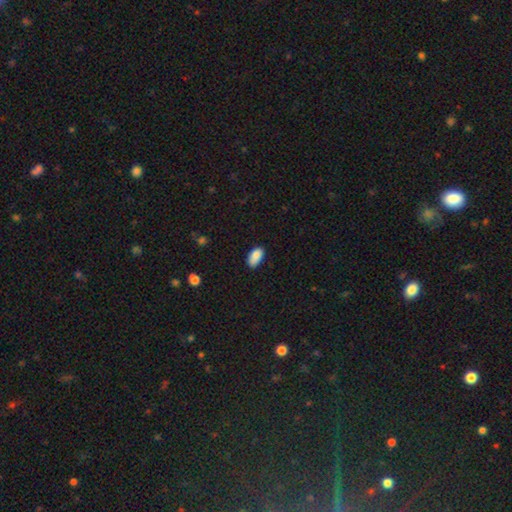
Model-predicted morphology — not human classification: The model was most divided on "merging": none: 71%, minor disturbance: 23%, major disturbance: 4%, merger: 2%. More confident: how rounded — in between (93%); smooth or featured — smooth (87%).